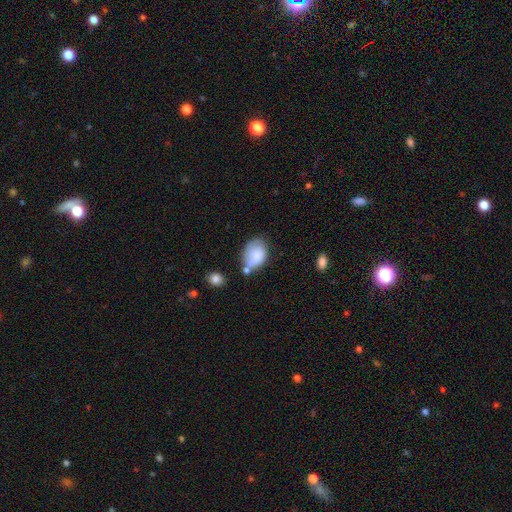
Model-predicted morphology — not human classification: This is likely a smooth galaxy (79%). How rounded: likely in between (78%). Merging: marginally none (45%).